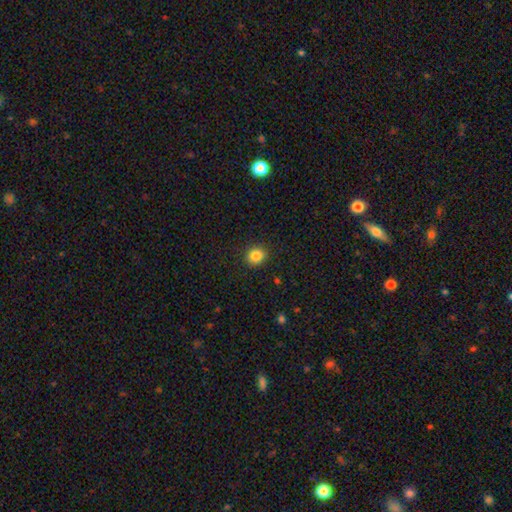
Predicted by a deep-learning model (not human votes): smooth-or-featured: smooth: 84% | star or artifact: 11% | featured or disk: 5%
  how-rounded: round: 82% | in between: 17% | cigar-shaped: 1%
  merging: none: 90% | minor disturbance: 7% | major disturbance: 2% | merger: 1%